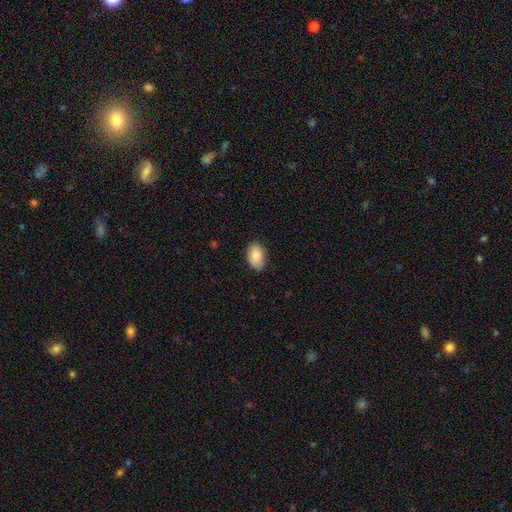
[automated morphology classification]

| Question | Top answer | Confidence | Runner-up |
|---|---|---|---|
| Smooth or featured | smooth | 87% | star or artifact (7%) |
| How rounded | in between | 90% | round (9%) |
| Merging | none | 82% | minor disturbance (15%) |